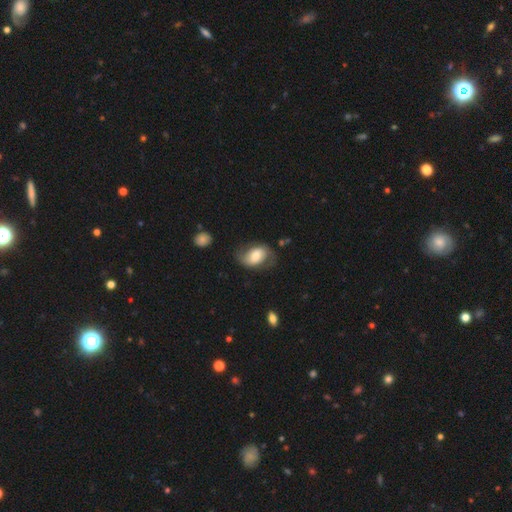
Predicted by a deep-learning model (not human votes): The model was most divided on "smooth or featured": featured or disk: 49%, smooth: 44%, star or artifact: 7%. More confident: merging — none (59%).